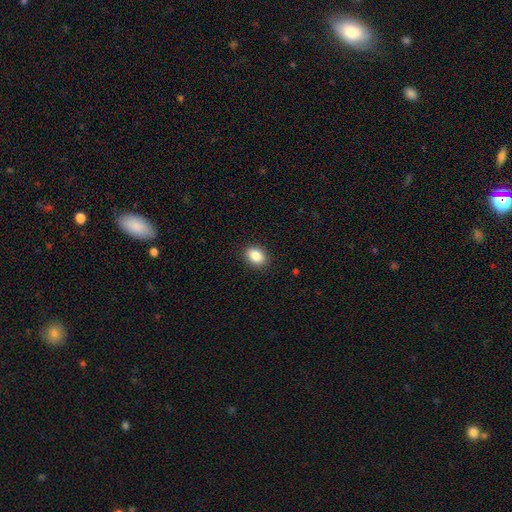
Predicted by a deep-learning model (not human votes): Smooth or featured? smooth (87%)
How rounded? in between (79%)
Merging? none (90%)